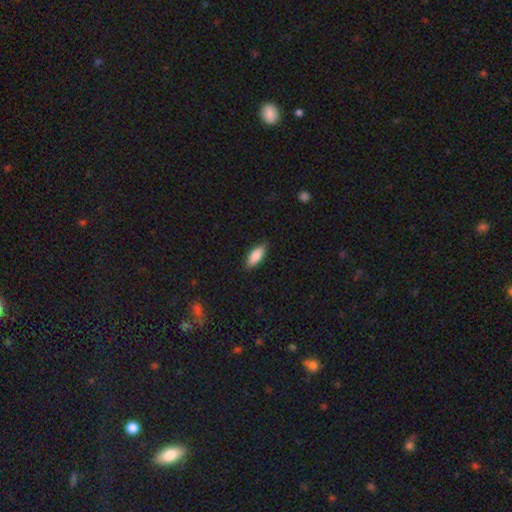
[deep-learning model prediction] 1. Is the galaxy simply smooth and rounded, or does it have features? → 87% smooth, 7% featured or disk, 6% star or artifact.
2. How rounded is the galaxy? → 80% in between, 18% cigar-shaped, 2% round.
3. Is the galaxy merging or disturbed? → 87% none, 10% minor disturbance, 2% major disturbance, 1% merger.